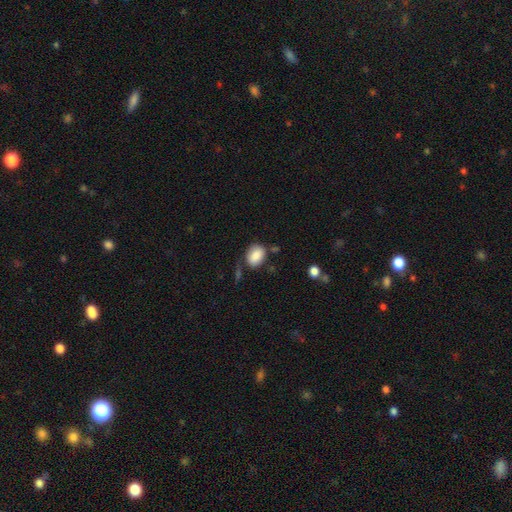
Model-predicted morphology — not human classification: smooth_or_featured: smooth (p=0.85) [alt: star or artifact p=0.08]
how_rounded: in between (p=0.64) [alt: round p=0.35]
merging: none (p=0.63) [alt: minor disturbance p=0.23]